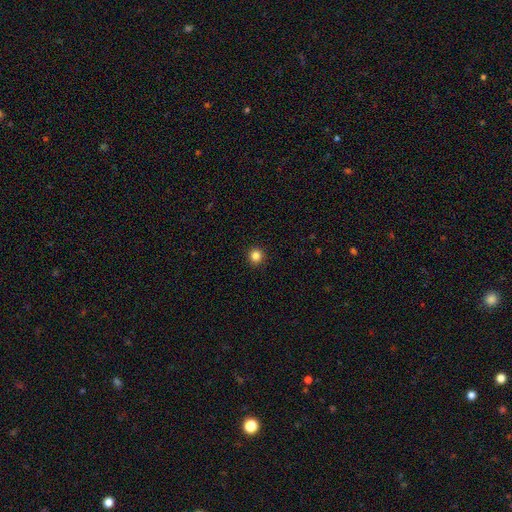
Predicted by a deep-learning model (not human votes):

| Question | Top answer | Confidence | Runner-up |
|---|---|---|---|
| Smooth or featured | smooth | 84% | star or artifact (12%) |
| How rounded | round | 94% | in between (5%) |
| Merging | none | 93% | minor disturbance (4%) |